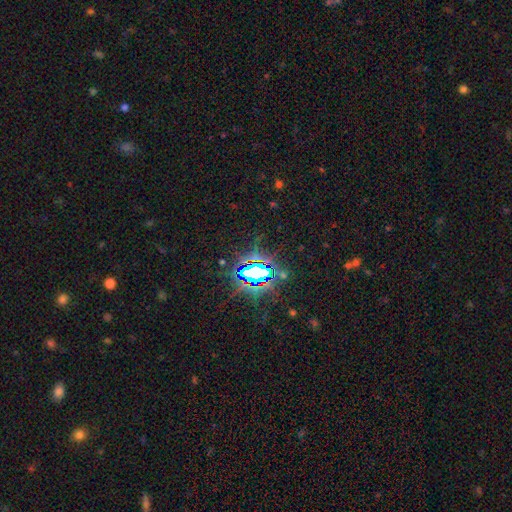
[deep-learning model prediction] Overall: star or artifact (79%).